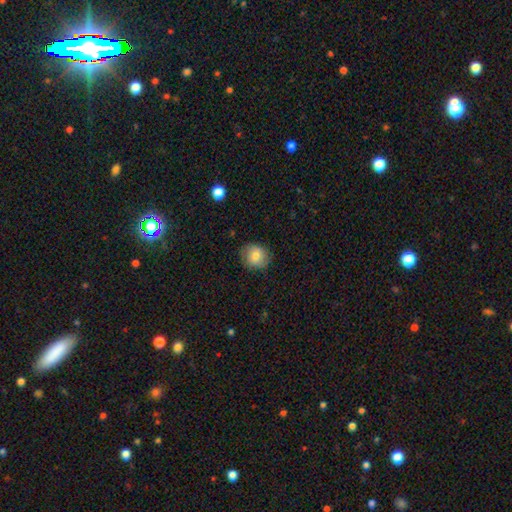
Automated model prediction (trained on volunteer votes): The model was most divided on "how rounded": round: 76%, in between: 23%, cigar-shaped: 1%. More confident: merging — none (83%); smooth or featured — smooth (77%).